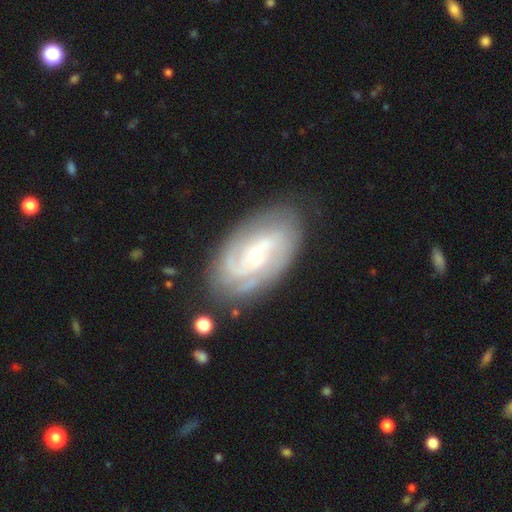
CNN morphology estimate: Smooth or featured? featured or disk (85%)
Edge-on disk? no (96%)
Bar? no (48%)
Spiral arms? yes (96%)
Spiral winding? tight (52%)
Spiral arm count? 2 (34%)
Bulge size? small (58%)
Merging? none (77%)